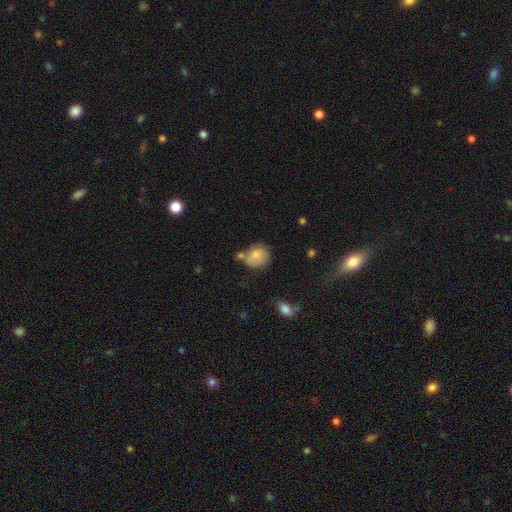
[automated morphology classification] The model was most divided on "merging": none: 50%, minor disturbance: 25%, merger: 17%, major disturbance: 8%. More confident: smooth or featured — smooth (76%); how rounded — round (65%).